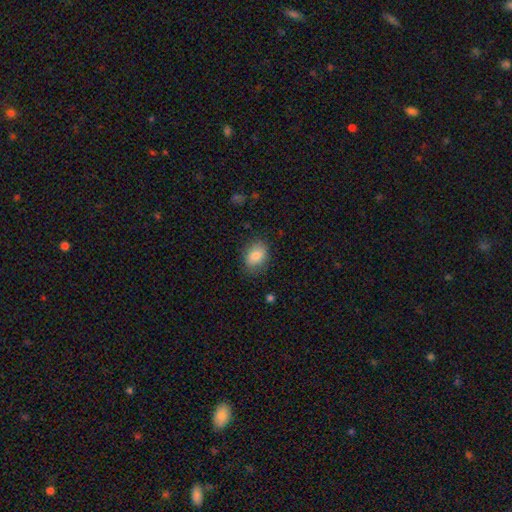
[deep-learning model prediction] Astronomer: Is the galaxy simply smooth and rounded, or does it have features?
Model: smooth — 84%.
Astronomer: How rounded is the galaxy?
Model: in between — 71%.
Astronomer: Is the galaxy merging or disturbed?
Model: none — 79%.